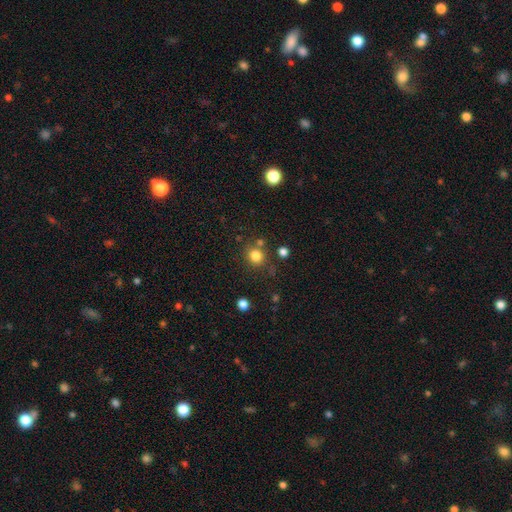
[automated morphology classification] Smooth or featured? smooth (81%)
How rounded? round (82%)
Merging? none (75%)